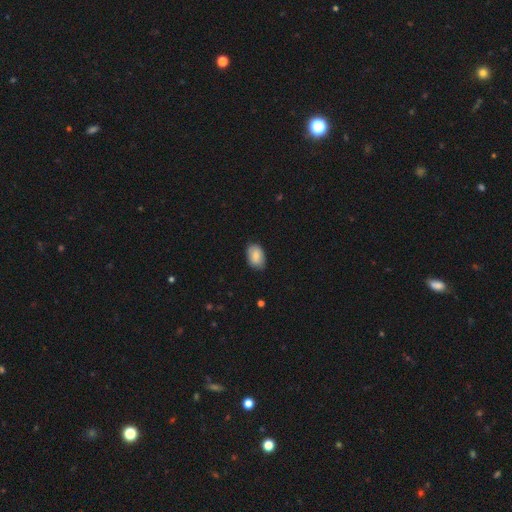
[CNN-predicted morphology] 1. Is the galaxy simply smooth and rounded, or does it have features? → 79% smooth, 14% featured or disk, 7% star or artifact.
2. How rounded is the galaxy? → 89% in between, 10% round, 1% cigar-shaped.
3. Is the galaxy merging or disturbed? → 79% none, 17% minor disturbance, 3% major disturbance, 1% merger.